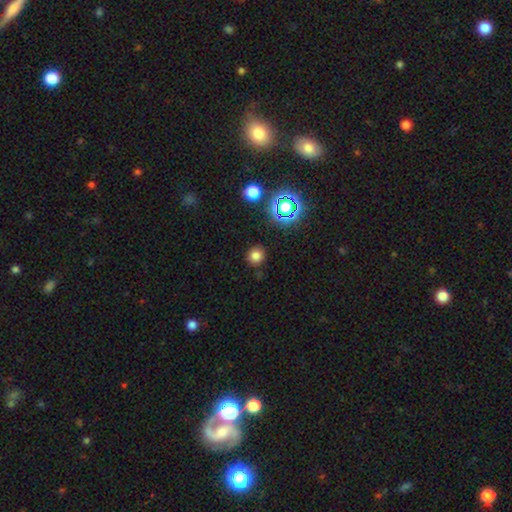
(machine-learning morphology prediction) Smooth or featured? Predicted: smooth (p=0.75). How rounded? Predicted: round (p=0.87). Merging? Predicted: none (p=0.87).